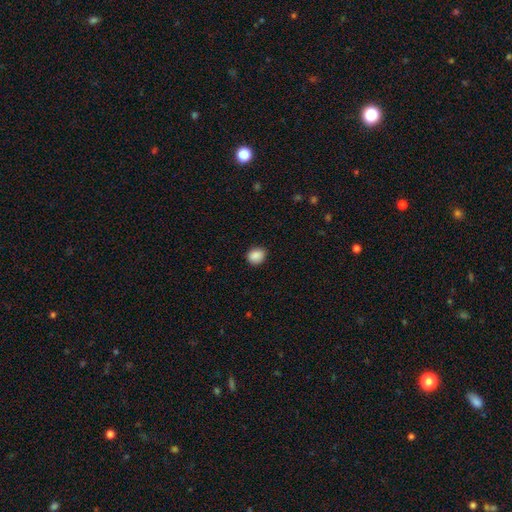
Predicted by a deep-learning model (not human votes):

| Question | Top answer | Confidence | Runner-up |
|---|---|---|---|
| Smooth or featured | smooth | 89% | star or artifact (8%) |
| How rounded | round | 67% | in between (32%) |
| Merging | none | 88% | minor disturbance (9%) |